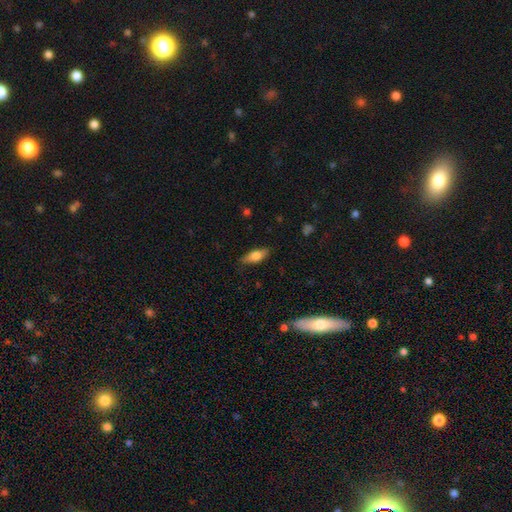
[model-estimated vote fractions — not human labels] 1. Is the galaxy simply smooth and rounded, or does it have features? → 72% smooth, 21% featured or disk, 7% star or artifact.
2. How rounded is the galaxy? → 75% in between, 22% cigar-shaped, 3% round.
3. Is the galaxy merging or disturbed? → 83% none, 13% minor disturbance, 3% major disturbance, 1% merger.